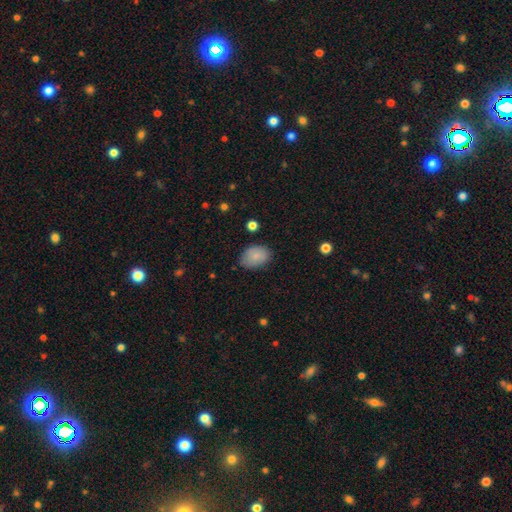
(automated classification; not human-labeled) Smooth or featured? Predicted: smooth (p=0.86). How rounded? Predicted: in between (p=0.79). Merging? Predicted: none (p=0.78).